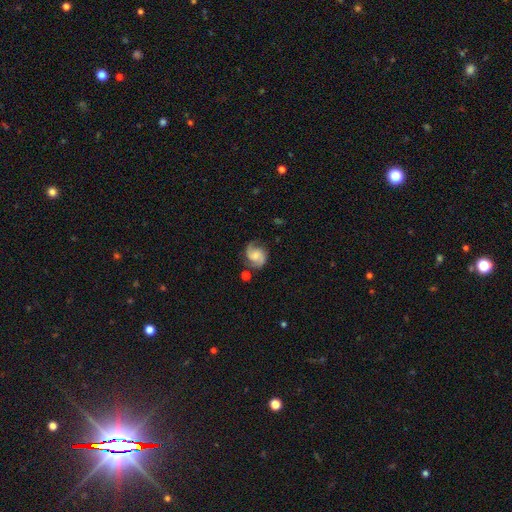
Q: Smooth or featured?
A: featured or disk (89%); runner-up: star or artifact (11%)
Q: Edge-on disk?
A: no (100%)
Q: Bar?
A: no (53%); runner-up: weak (44%)
Q: Spiral arms?
A: yes (97%); runner-up: no (3%)
Q: Spiral winding?
A: medium (64%); runner-up: loose (21%)
Q: Spiral arm count?
A: 2 (91%); runner-up: 3 (6%)
Q: Bulge size?
A: small (56%); runner-up: moderate (24%)
Q: Merging?
A: none (76%); runner-up: minor disturbance (21%)